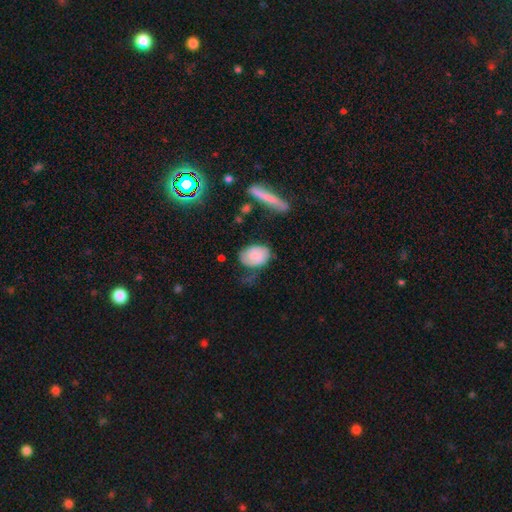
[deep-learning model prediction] A smooth galaxy with no disk features (56%) that is in between round and cigar-shaped (81%). Merging: none (51%).